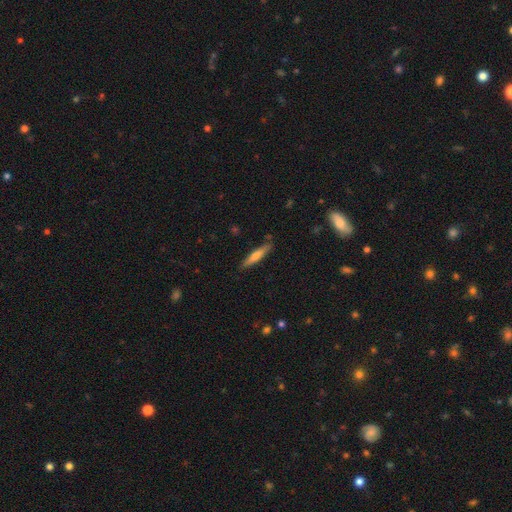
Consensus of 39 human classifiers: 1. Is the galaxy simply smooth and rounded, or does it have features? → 64% smooth, 36% featured or disk, 0% star or artifact.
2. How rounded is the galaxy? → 88% cigar-shaped, 12% in between, 0% round.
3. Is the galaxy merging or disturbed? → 87% none, 10% minor disturbance, 3% major disturbance, 0% merger.